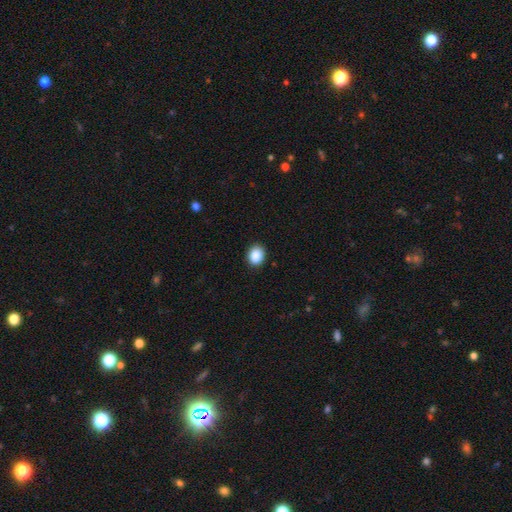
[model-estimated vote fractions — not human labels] A smooth galaxy with no disk features (88%) that is in between round and cigar-shaped (51%).

Vote fractions:
- Smooth or featured? smooth: 88% / star or artifact: 9% / featured or disk: 3%
- How rounded? in between: 51% / round: 49% / cigar-shaped: 1%
- Merging? none: 90% / minor disturbance: 7% / major disturbance: 2% / merger: 1%